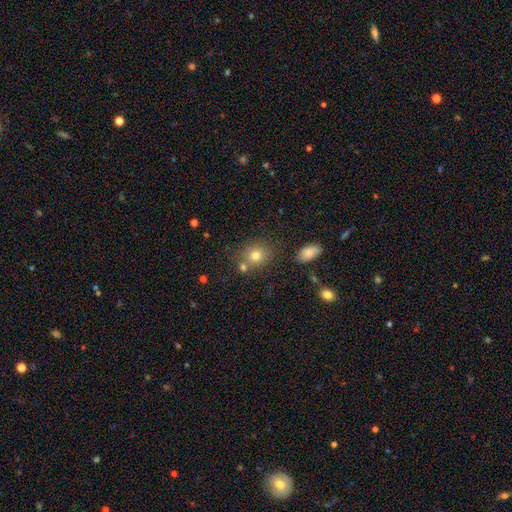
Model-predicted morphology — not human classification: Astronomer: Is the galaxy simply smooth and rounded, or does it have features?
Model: smooth — 75%.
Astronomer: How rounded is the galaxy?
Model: round — 66%.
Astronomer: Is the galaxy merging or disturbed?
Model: none — 66%.